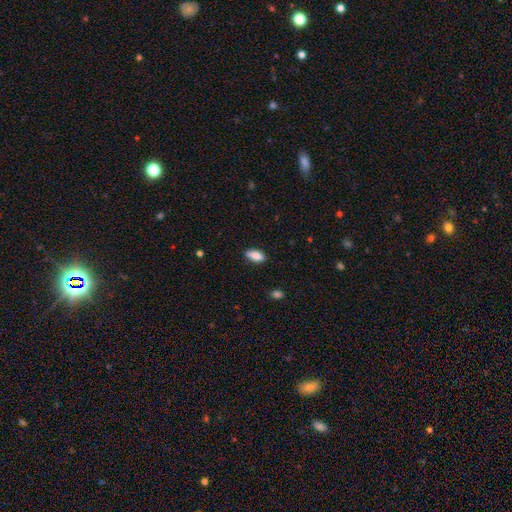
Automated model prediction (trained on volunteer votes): The model was most divided on "how rounded": in between: 79%, cigar-shaped: 18%, round: 3%. More confident: merging — none (85%); smooth or featured — smooth (81%).